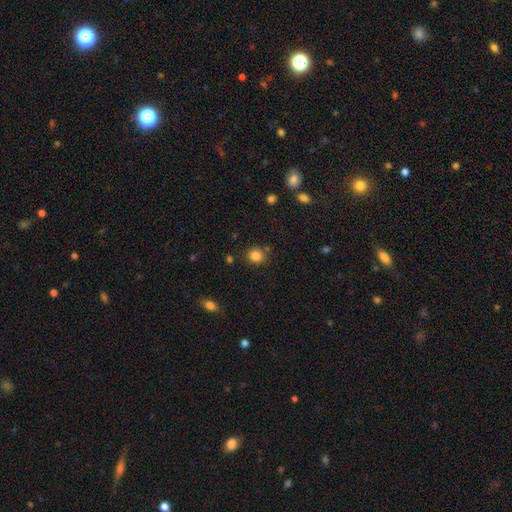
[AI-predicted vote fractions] Morphology: type=smooth (83%); roundness=round (88%); merging=none (82%).